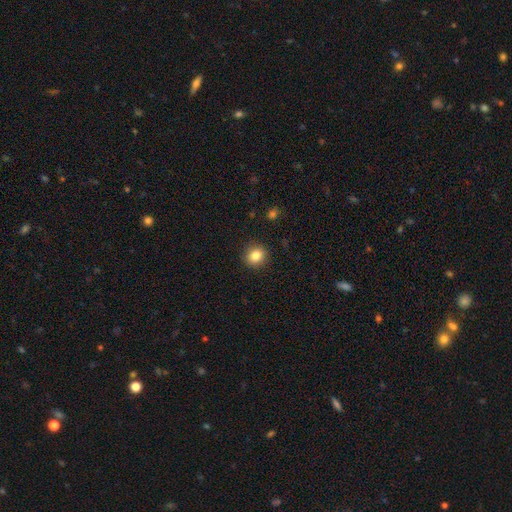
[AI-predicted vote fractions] Overall: smooth (84%). How rounded: round (83%). Merging: none (91%).